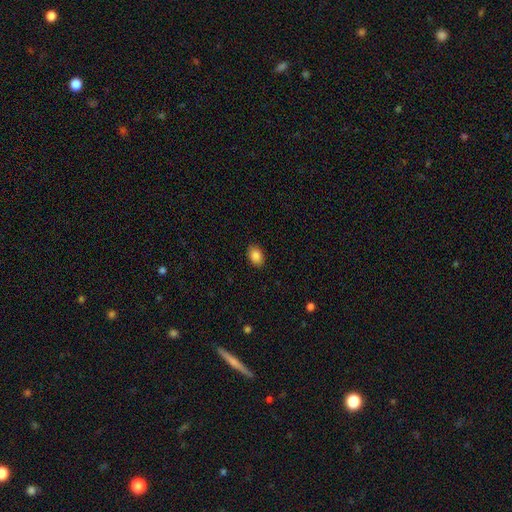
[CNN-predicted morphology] Overall: smooth (87%). How rounded: in between (76%). Merging: none (89%).